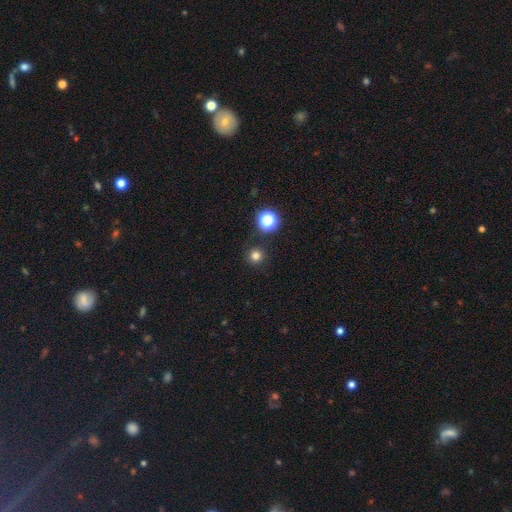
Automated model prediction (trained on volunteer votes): This is likely a smooth galaxy (78%). How rounded: clearly round (95%). Merging: clearly none (89%).